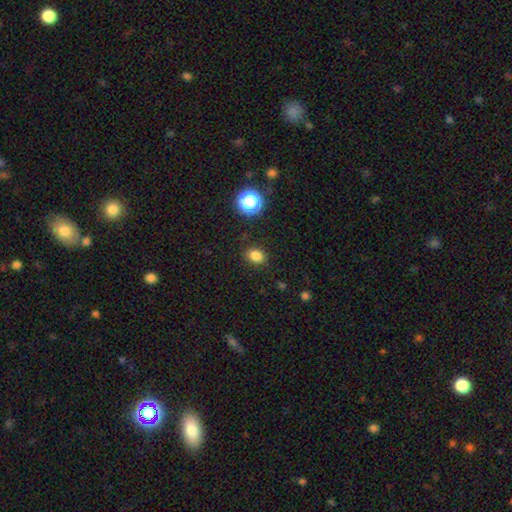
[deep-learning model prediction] A smooth galaxy with no disk features (81%) that is in between round and cigar-shaped (51%).

Vote fractions:
- Smooth or featured? smooth: 81% / star or artifact: 14% / featured or disk: 5%
- How rounded? in between: 51% / round: 48% / cigar-shaped: 1%
- Merging? none: 86% / minor disturbance: 9% / major disturbance: 3% / merger: 1%